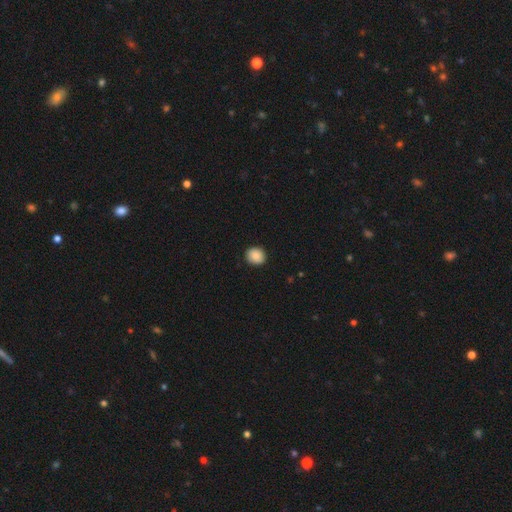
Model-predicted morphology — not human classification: smooth-or-featured: smooth: 87% | star or artifact: 8% | featured or disk: 5%
  how-rounded: round: 80% | in between: 19% | cigar-shaped: 1%
  merging: none: 90% | minor disturbance: 7% | major disturbance: 2% | merger: 1%